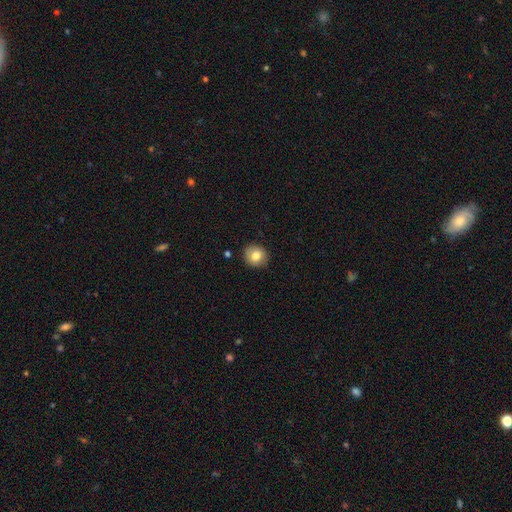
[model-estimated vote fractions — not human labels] Overall: smooth (80%). How rounded: round (84%). Merging: none (88%).